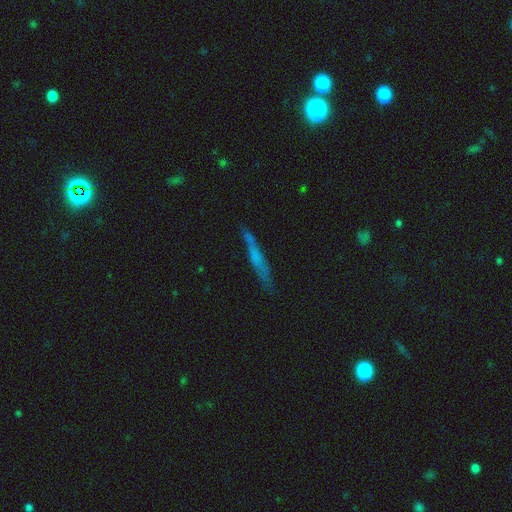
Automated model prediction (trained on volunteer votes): Smooth or featured? smooth (46%)
Merging? none (78%)